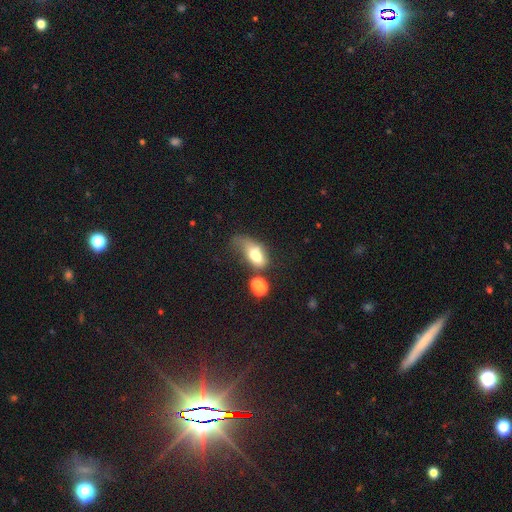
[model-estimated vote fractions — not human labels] smooth 68%, featured or disk 20%, star or artifact 11%. Down the decision tree: how rounded — in between (83%); merging — major disturbance (36%).